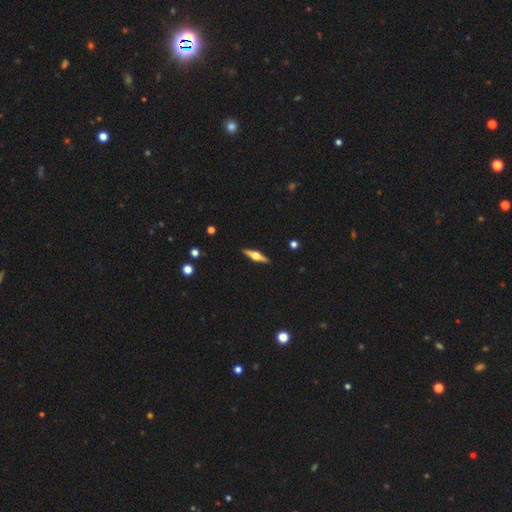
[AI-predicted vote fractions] A featured or disk galaxy (74%) viewed edge-on (97%) with a rounded central bulge (95%).

Vote fractions:
- Smooth or featured? featured or disk: 74% / smooth: 20% / star or artifact: 5%
- Edge-on disk? yes: 97% / no: 3%
- Edge-on bulge? rounded: 95% / boxy: 3% / none: 1%
- Merging? none: 92% / minor disturbance: 6% / major disturbance: 1% / merger: 1%